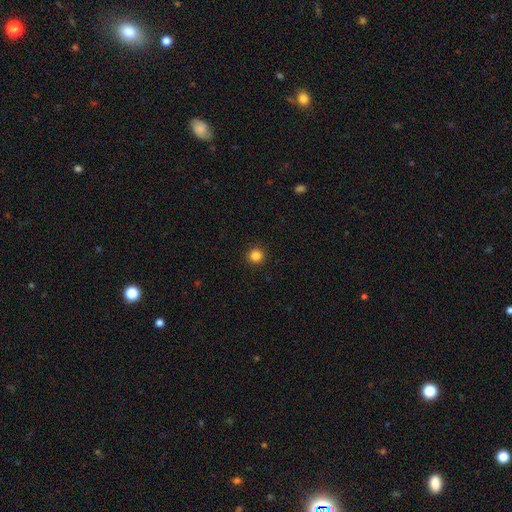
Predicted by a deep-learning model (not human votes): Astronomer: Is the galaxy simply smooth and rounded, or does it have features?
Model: smooth — 84%.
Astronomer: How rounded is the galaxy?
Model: round — 94%.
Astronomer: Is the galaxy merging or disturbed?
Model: none — 93%.